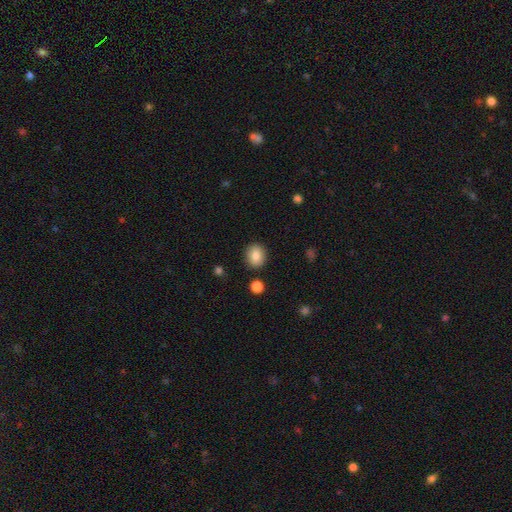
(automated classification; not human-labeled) smooth 84%, star or artifact 9%, featured or disk 7%. Down the decision tree: how rounded — round (70%); merging — none (88%).